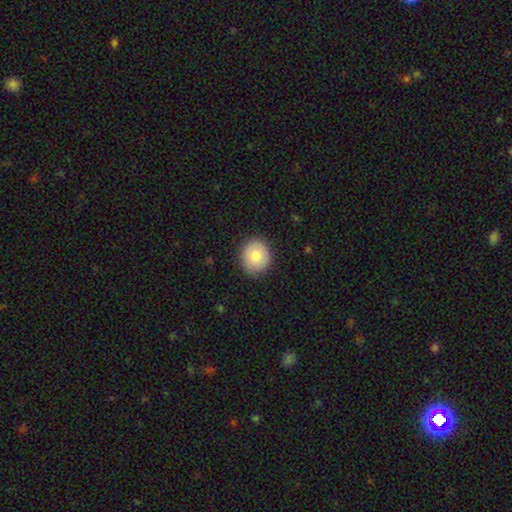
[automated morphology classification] This appears to be a smooth galaxy with no disk features (81%) that is round (79%). Merging: none (87%).